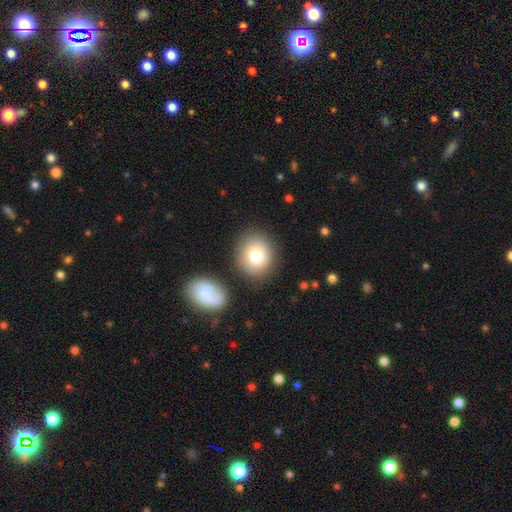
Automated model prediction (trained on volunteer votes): The model was most divided on "how rounded": round: 74%, in between: 25%, cigar-shaped: 1%. More confident: merging — none (81%); smooth or featured — smooth (78%).